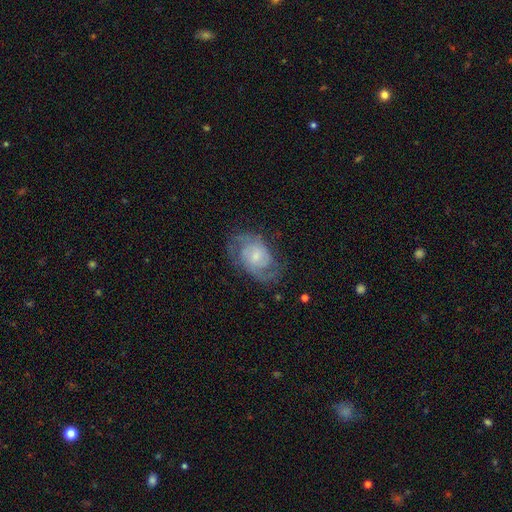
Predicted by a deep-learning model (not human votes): A featured or disk galaxy (77%) with no bar (58%), 2 (68%) medium (47%) spiral arms (92%) and a small central bulge (47%).

Vote fractions:
- Smooth or featured? featured or disk: 77% / smooth: 17% / star or artifact: 6%
- Edge-on disk? no: 97% / yes: 3%
- Bar? no: 58% / weak: 37% / strong: 5%
- Spiral arms? yes: 92% / no: 8%
- Spiral winding? medium: 47% / tight: 36% / loose: 17%
- Spiral arm count? 2: 68% / can't tell: 17% / 3: 7% / 1: 4% / 4: 2% / more than 4: 2%
- Bulge size? small: 47% / moderate: 37% / none: 8% / large: 6% / dominant: 1%
- Merging? none: 65% / minor disturbance: 21% / major disturbance: 13% / merger: 1%